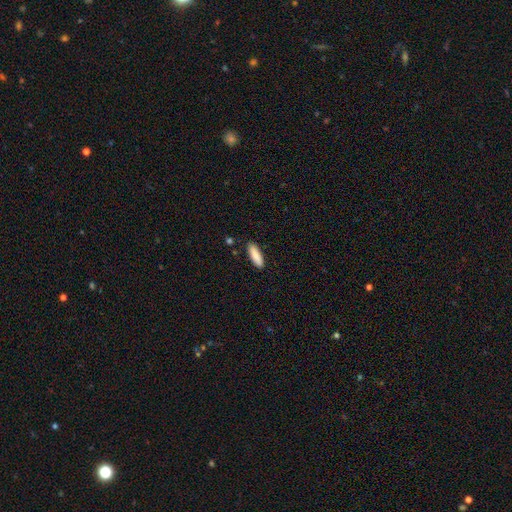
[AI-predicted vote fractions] smooth-or-featured: smooth: 87% | featured or disk: 7% | star or artifact: 6%
  how-rounded: cigar-shaped: 54% | in between: 44% | round: 2%
  merging: none: 87% | minor disturbance: 10% | merger: 2% | major disturbance: 2%